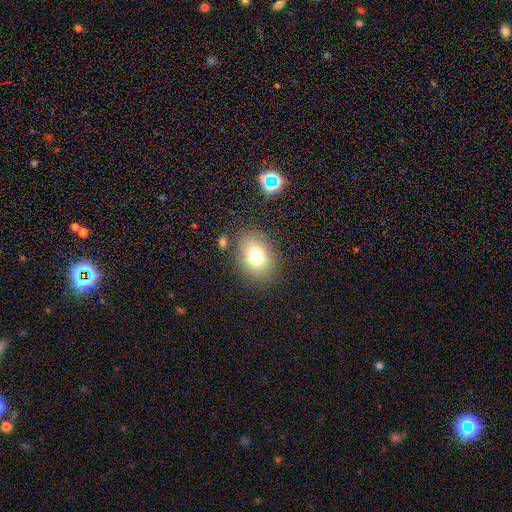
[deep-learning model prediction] Overall: smooth (76%). How rounded: in between (62%; round 37%). Merging: none (82%).